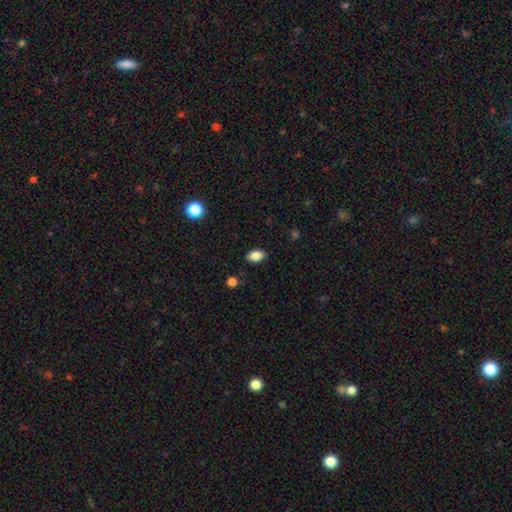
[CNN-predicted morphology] This appears to be a smooth galaxy with no disk features (85%) that is in between round and cigar-shaped (88%). Merging: none (87%).